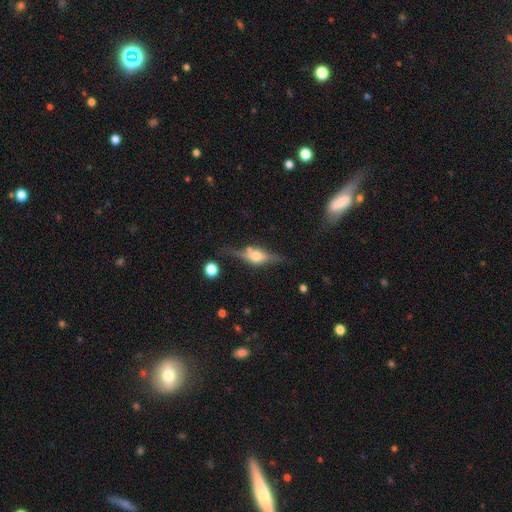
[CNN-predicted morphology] Smooth or featured? featured or disk (75%)
Edge-on disk? yes (95%)
Edge-on bulge? rounded (91%)
Merging? none (77%)